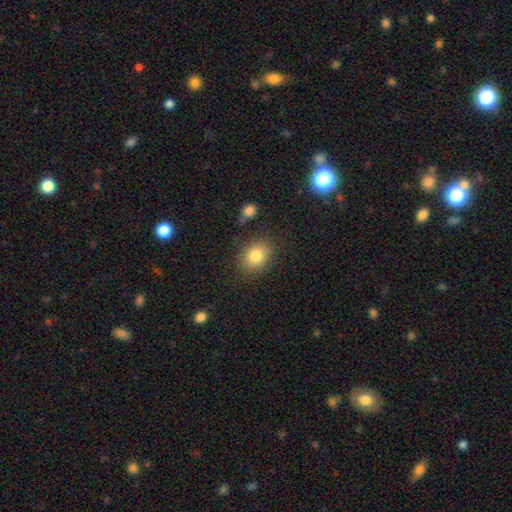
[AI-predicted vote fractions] smooth 83%, star or artifact 9%, featured or disk 8%. Down the decision tree: how rounded — in between (53%); merging — none (80%).